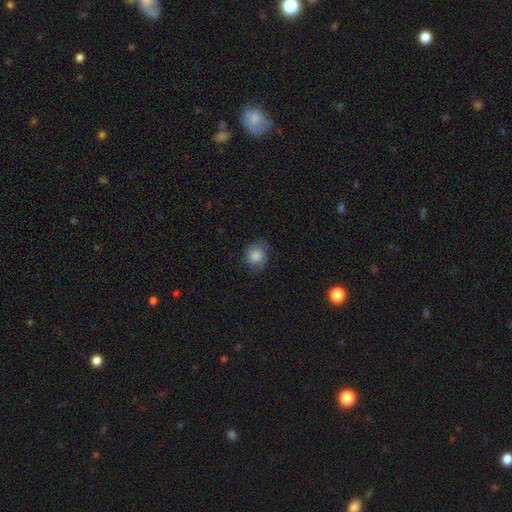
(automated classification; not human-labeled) Q: Smooth or featured?
A: smooth (79%); runner-up: featured or disk (13%)
Q: How rounded?
A: round (80%); runner-up: in between (19%)
Q: Merging?
A: none (70%); runner-up: minor disturbance (23%)